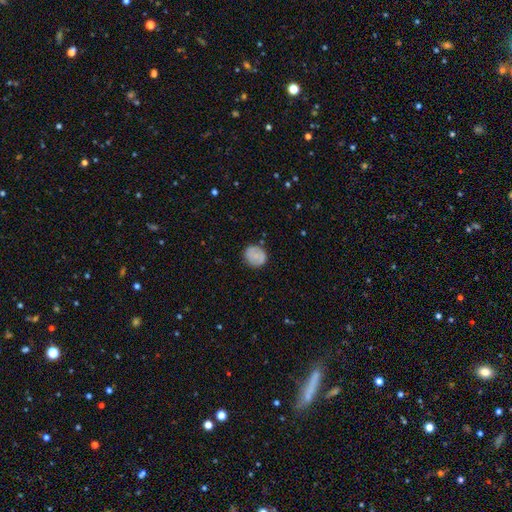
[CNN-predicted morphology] smooth-or-featured: smooth: 73% | featured or disk: 19% | star or artifact: 8%
  how-rounded: round: 83% | in between: 16% | cigar-shaped: 1%
  merging: none: 83% | minor disturbance: 12% | major disturbance: 3% | merger: 1%